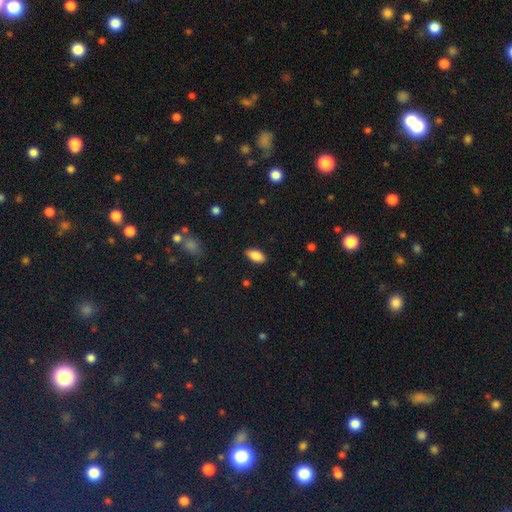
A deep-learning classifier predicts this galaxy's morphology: Smooth or featured: smooth — 85% (featured or disk — 8%)
How rounded: in between — 89% (cigar-shaped — 8%)
Merging: none — 87% (minor disturbance — 10%)